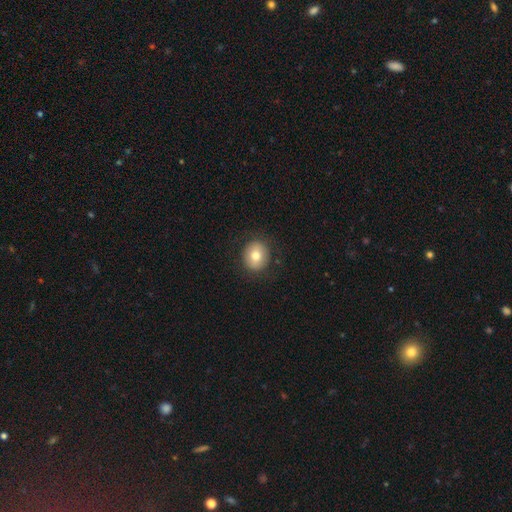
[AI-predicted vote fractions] Smooth or featured?
  - smooth: 75% *
  - featured or disk: 16%
  - star or artifact: 9%
How rounded?
  - round: 78% *
  - in between: 22%
  - cigar-shaped: 1%
Merging?
  - none: 87% *
  - minor disturbance: 9%
  - major disturbance: 3%
  - merger: 1%